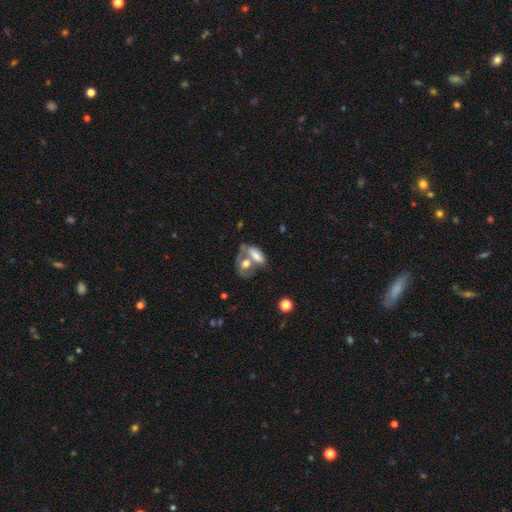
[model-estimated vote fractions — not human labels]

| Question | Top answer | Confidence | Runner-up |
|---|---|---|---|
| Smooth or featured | smooth | 64% | featured or disk (27%) |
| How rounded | in between | 82% | cigar-shaped (12%) |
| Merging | merger | 54% | none (26%) |